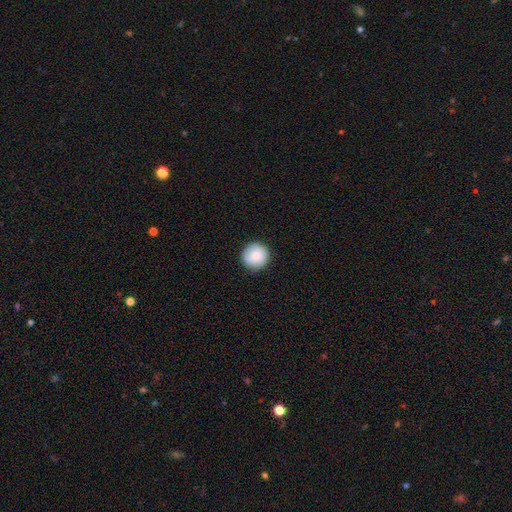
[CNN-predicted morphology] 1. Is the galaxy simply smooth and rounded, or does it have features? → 89% smooth, 7% star or artifact, 5% featured or disk.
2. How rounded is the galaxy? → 95% round, 4% in between, 1% cigar-shaped.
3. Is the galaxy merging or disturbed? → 91% none, 7% minor disturbance, 2% major disturbance, 1% merger.